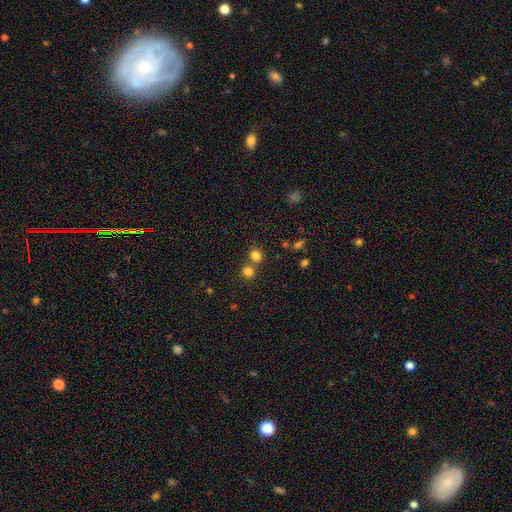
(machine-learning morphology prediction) The model was most divided on "merging": none: 56%, merger: 34%, minor disturbance: 7%, major disturbance: 3%. More confident: smooth or featured — smooth (80%); how rounded — round (78%).